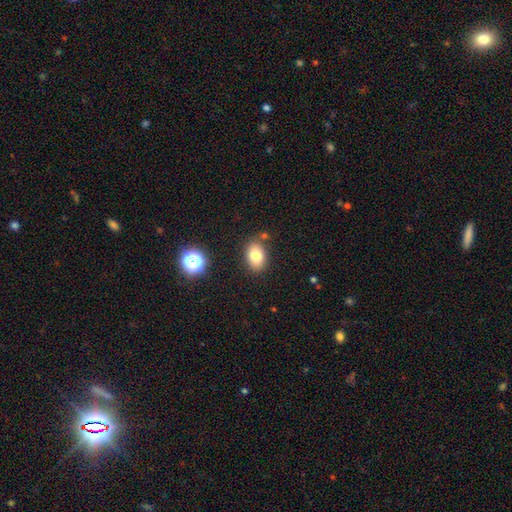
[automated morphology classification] smooth_or_featured: smooth (p=0.80) [alt: star or artifact p=0.10]
how_rounded: in between (p=0.79) [alt: round p=0.20]
merging: none (p=0.81) [alt: minor disturbance p=0.11]